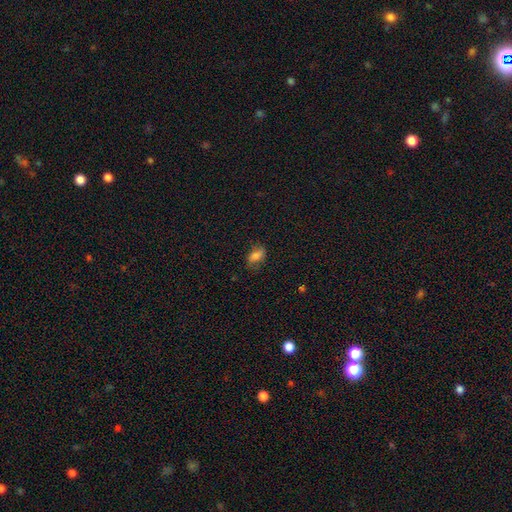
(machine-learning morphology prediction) Smooth or featured: smooth — 76% (featured or disk — 14%)
How rounded: in between — 86% (round — 10%)
Merging: none — 71% (minor disturbance — 21%)